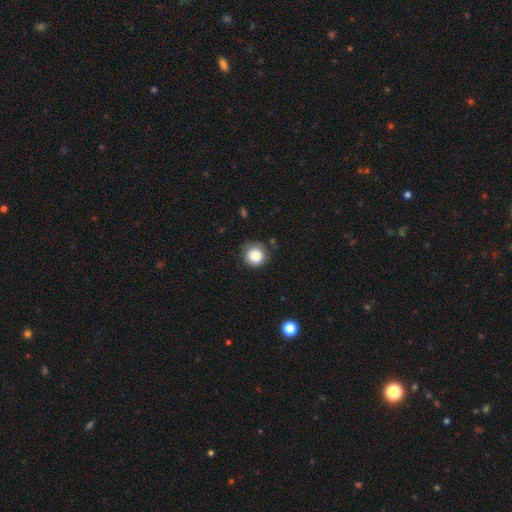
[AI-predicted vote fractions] A smooth galaxy with no disk features (85%) that is round (93%). Merging: none (77%).